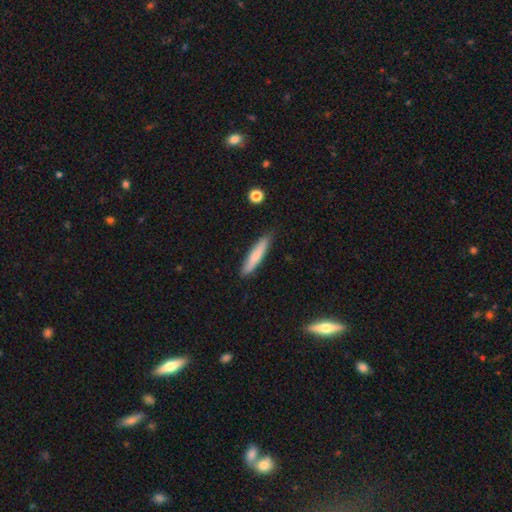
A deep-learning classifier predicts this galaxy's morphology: The model was most divided on "smooth or featured": smooth: 73%, featured or disk: 21%, star or artifact: 6%. More confident: how rounded — cigar-shaped (87%); merging — none (83%).